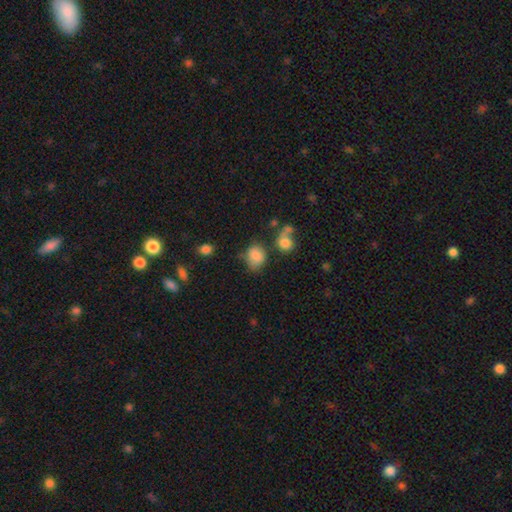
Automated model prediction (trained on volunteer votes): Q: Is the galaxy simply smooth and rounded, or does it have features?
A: smooth — 83%.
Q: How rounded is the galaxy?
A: in between — 50%.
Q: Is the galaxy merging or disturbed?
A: none — 58%.